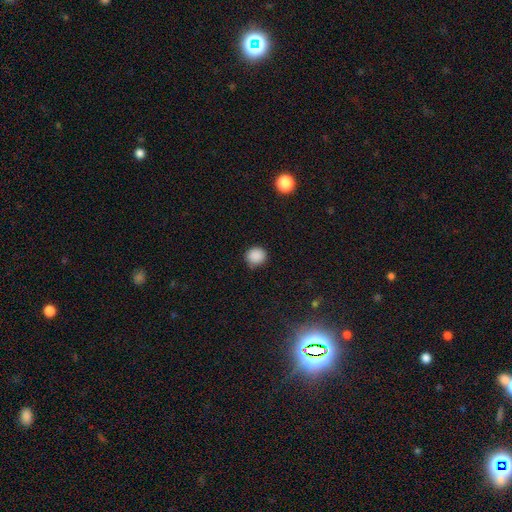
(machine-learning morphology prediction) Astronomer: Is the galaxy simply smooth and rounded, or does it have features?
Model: smooth — 88%.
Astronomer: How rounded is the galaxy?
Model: round — 85%.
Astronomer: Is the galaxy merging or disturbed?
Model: none — 85%.